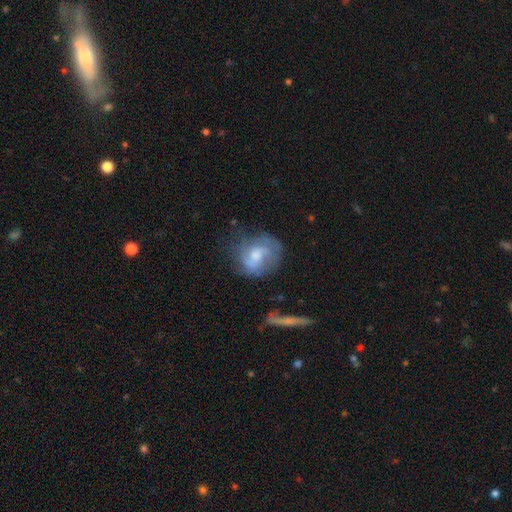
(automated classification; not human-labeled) This appears to be a featured or disk galaxy (54%) with no bar (61%), spiral arms (71%) and a moderate central bulge (51%). Merging: none (53%).